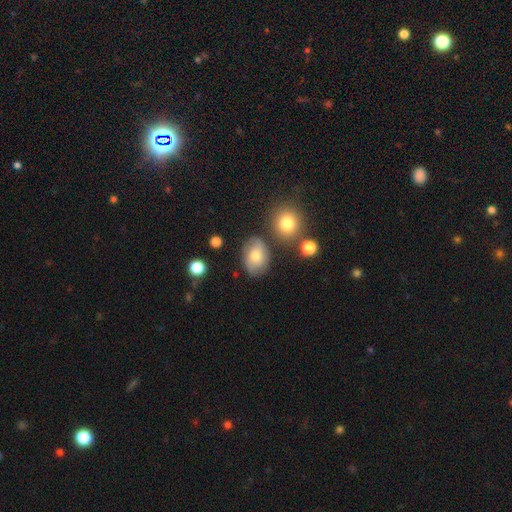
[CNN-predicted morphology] Smooth or featured: smooth — 66% (featured or disk — 24%)
How rounded: in between — 72% (round — 27%)
Merging: none — 69% (minor disturbance — 19%)